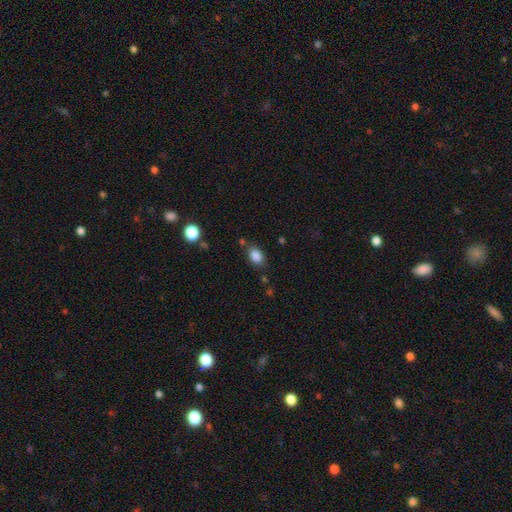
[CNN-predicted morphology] Smooth or featured? smooth (86%)
How rounded? in between (83%)
Merging? none (75%)